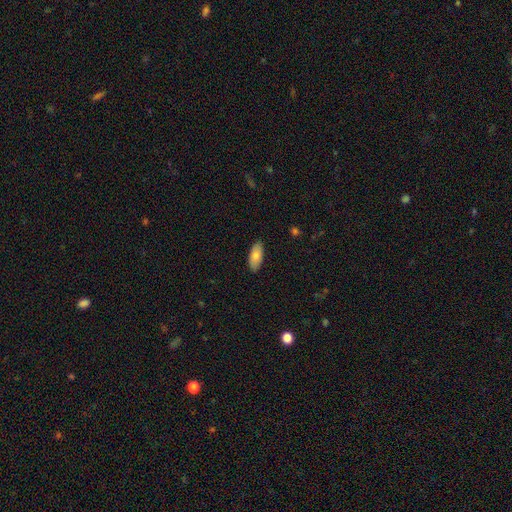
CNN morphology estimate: This appears to be a smooth galaxy with no disk features (78%) that is in between round and cigar-shaped (88%). Merging: none (87%).